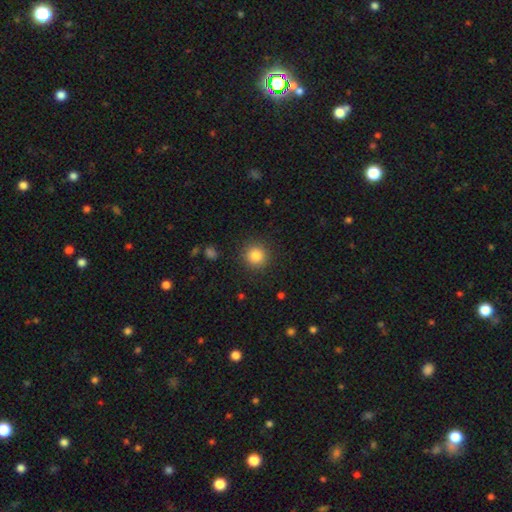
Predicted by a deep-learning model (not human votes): Overall: smooth (83%). How rounded: round (93%). Merging: none (90%).